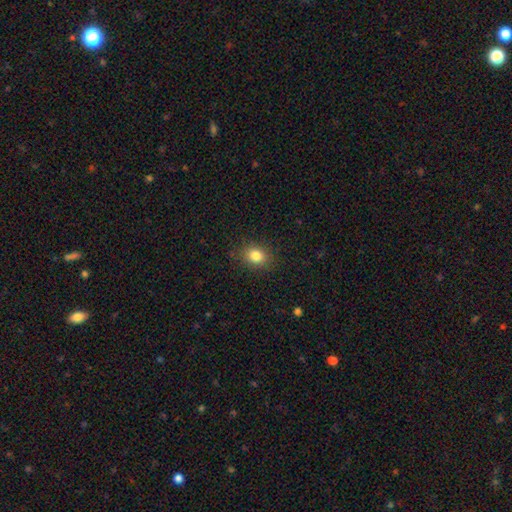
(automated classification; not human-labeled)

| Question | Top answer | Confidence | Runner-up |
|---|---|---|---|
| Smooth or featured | smooth | 83% | star or artifact (11%) |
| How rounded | round | 51% | in between (48%) |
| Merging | none | 86% | minor disturbance (10%) |